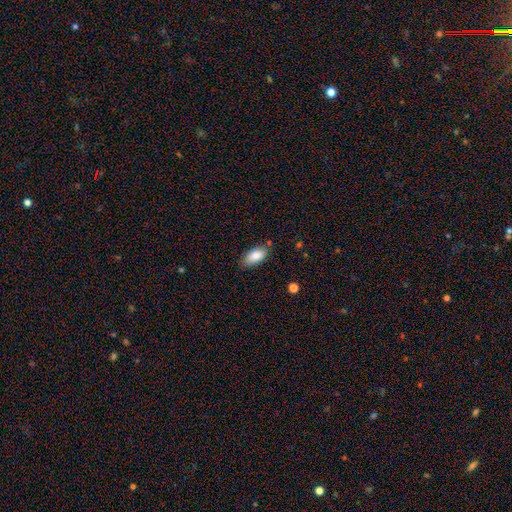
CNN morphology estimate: Q: Smooth or featured?
A: smooth (84%); runner-up: featured or disk (9%)
Q: How rounded?
A: in between (92%); runner-up: cigar-shaped (6%)
Q: Merging?
A: none (80%); runner-up: minor disturbance (15%)